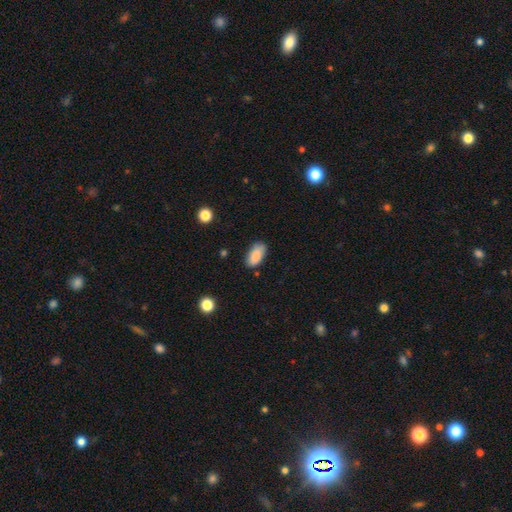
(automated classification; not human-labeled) Smooth or featured: smooth — 87% (star or artifact — 7%)
How rounded: in between — 93% (cigar-shaped — 4%)
Merging: none — 78% (minor disturbance — 17%)